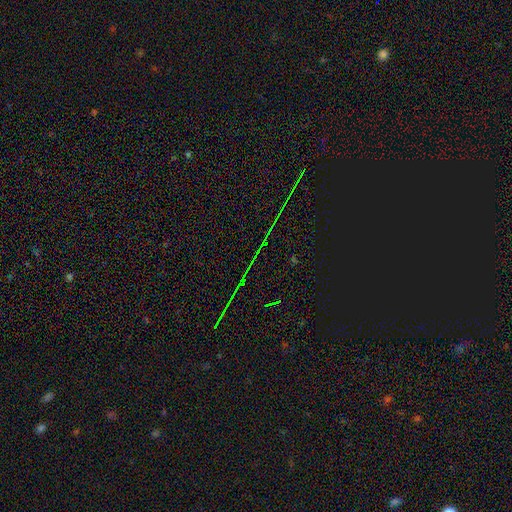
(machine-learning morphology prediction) Overall: star or artifact (85%).